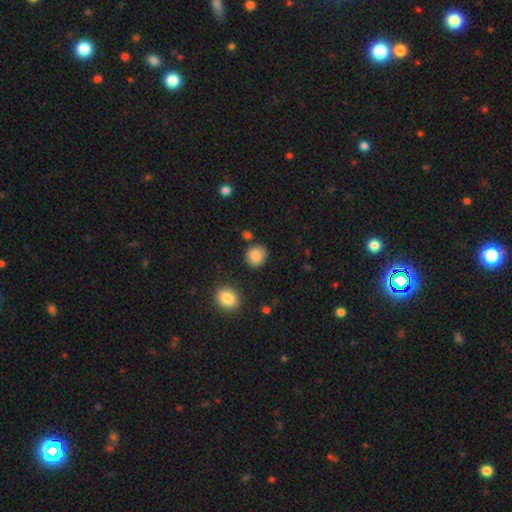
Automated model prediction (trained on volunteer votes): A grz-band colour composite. It shows a smooth galaxy with no disk features (86%) that is round (87%). Merging: none (86%).